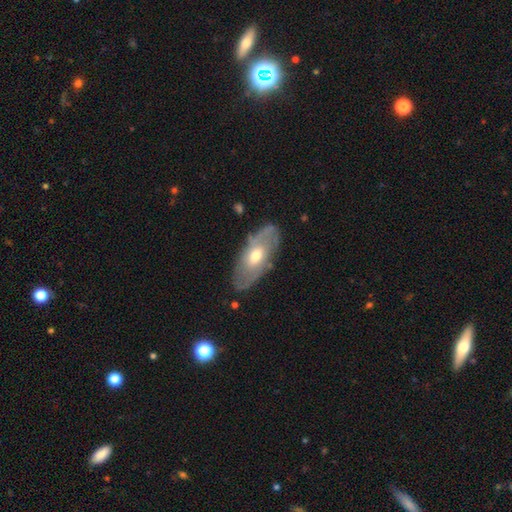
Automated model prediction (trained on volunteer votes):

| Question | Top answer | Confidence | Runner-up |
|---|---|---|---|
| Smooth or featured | featured or disk | 56% | smooth (38%) |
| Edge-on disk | no | 82% | yes (18%) |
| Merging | none | 76% | minor disturbance (17%) |